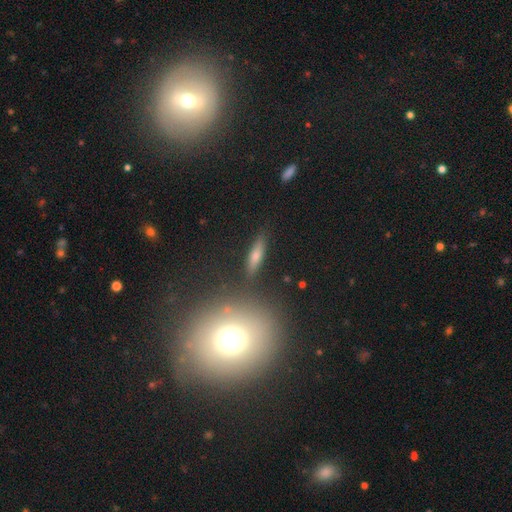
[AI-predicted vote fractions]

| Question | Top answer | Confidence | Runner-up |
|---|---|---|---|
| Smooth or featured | smooth | 65% | featured or disk (24%) |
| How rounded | cigar-shaped | 65% | in between (31%) |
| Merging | none | 83% | minor disturbance (11%) |